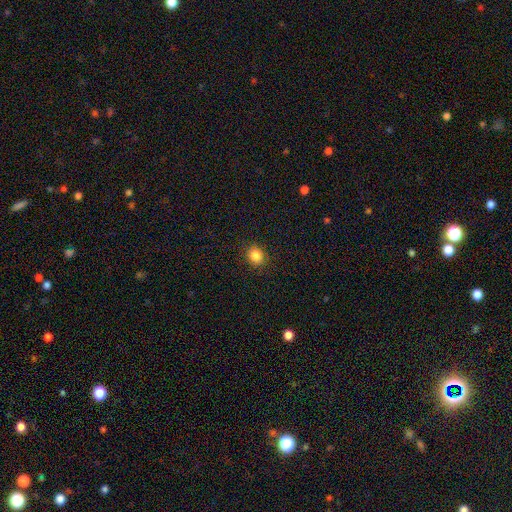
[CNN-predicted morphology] Smooth or featured?
  - smooth: 85% *
  - star or artifact: 11%
  - featured or disk: 4%
How rounded?
  - round: 74% *
  - in between: 25%
  - cigar-shaped: 1%
Merging?
  - none: 89% *
  - minor disturbance: 7%
  - major disturbance: 2%
  - merger: 1%